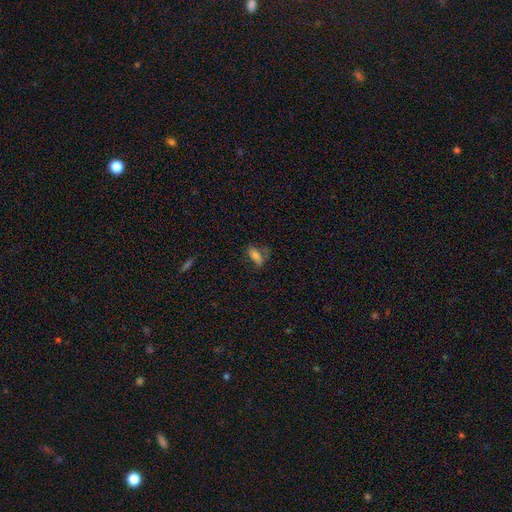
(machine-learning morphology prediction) smooth 69%, featured or disk 18%, star or artifact 13%. Down the decision tree: how rounded — in between (83%); merging — none (51%).